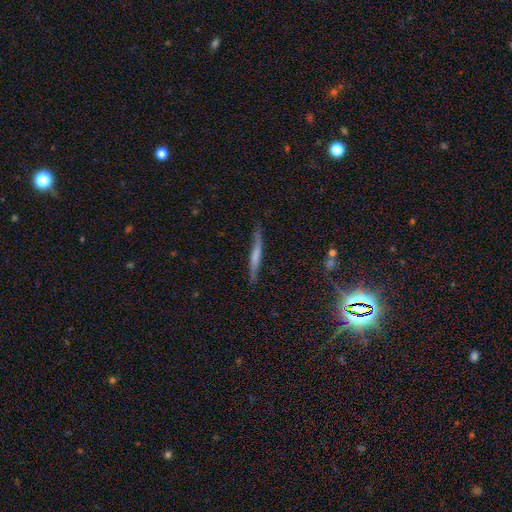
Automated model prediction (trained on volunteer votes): The model was most divided on "smooth or featured": smooth: 51%, featured or disk: 43%, star or artifact: 7%. More confident: how rounded — cigar-shaped (95%); merging — none (79%).